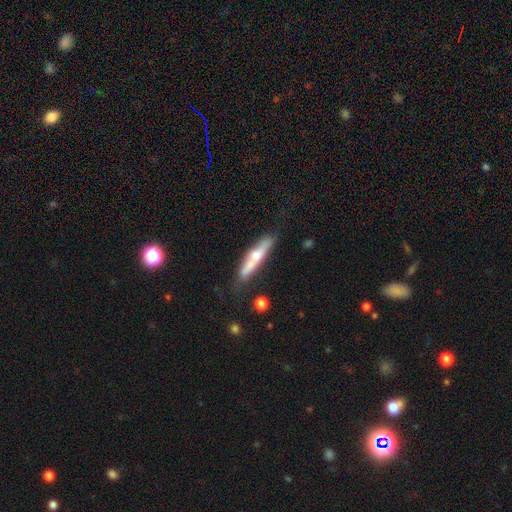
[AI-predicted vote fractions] Smooth or featured?
  - featured or disk: 55% *
  - smooth: 38%
  - star or artifact: 7%
Edge-on disk?
  - yes: 83% *
  - no: 17%
Merging?
  - none: 67% *
  - minor disturbance: 20%
  - merger: 7%
  - major disturbance: 6%